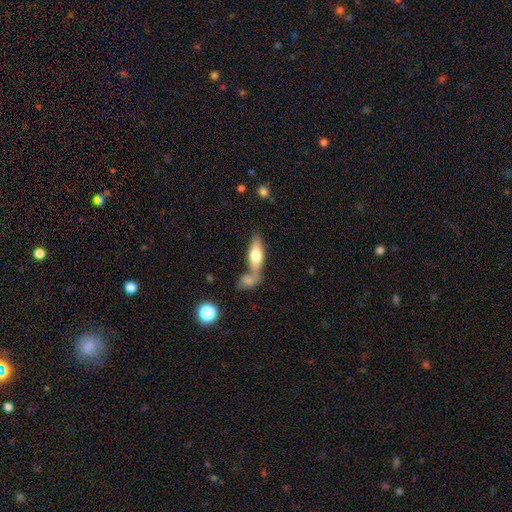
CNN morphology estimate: smooth-or-featured: smooth: 59% | featured or disk: 34% | star or artifact: 6%
  how-rounded: in between: 61% | cigar-shaped: 36% | round: 3%
  merging: none: 45% | merger: 40% | minor disturbance: 11% | major disturbance: 5%